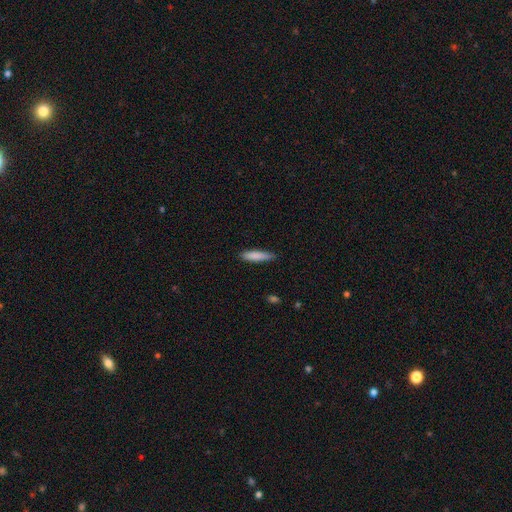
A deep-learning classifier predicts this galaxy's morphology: Smooth or featured? smooth (84%)
How rounded? cigar-shaped (82%)
Merging? none (83%)